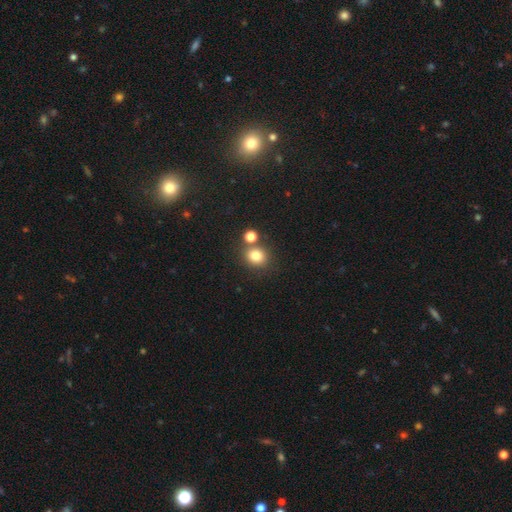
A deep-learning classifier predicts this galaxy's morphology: This is likely a smooth galaxy (80%). How rounded: likely round (78%). Merging: likely none (69%).